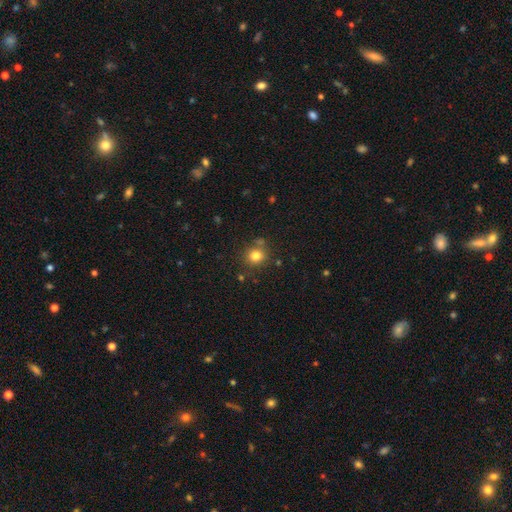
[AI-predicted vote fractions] This is likely a smooth galaxy (79%). How rounded: clearly round (83%). Merging: likely none (78%).